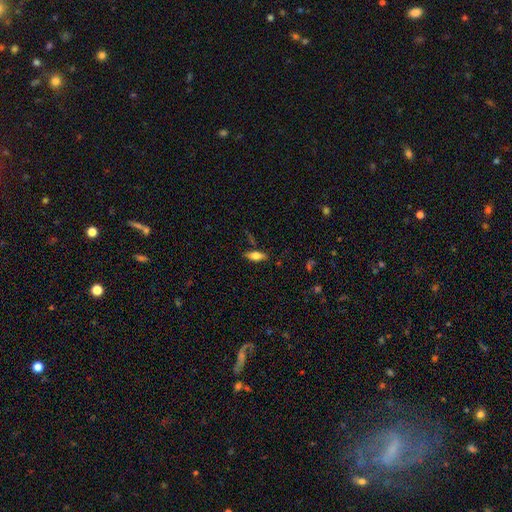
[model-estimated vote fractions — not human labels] Q: Smooth or featured?
A: smooth (54%); runner-up: featured or disk (38%)
Q: How rounded?
A: in between (64%); runner-up: cigar-shaped (32%)
Q: Merging?
A: none (79%); runner-up: minor disturbance (14%)